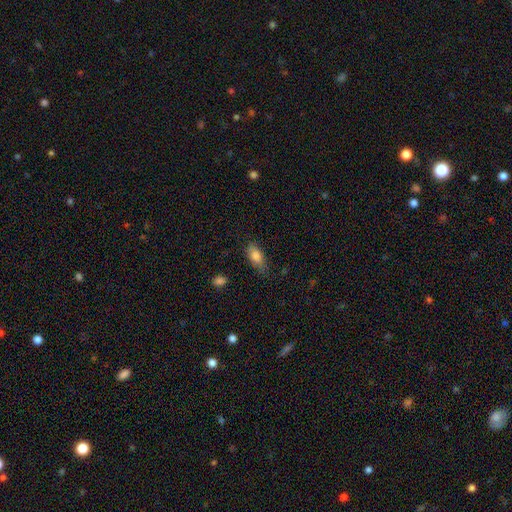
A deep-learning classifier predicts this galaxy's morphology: The model was most divided on "merging": none: 68%, minor disturbance: 25%, major disturbance: 6%, merger: 2%. More confident: how rounded — in between (84%); smooth or featured — smooth (81%).